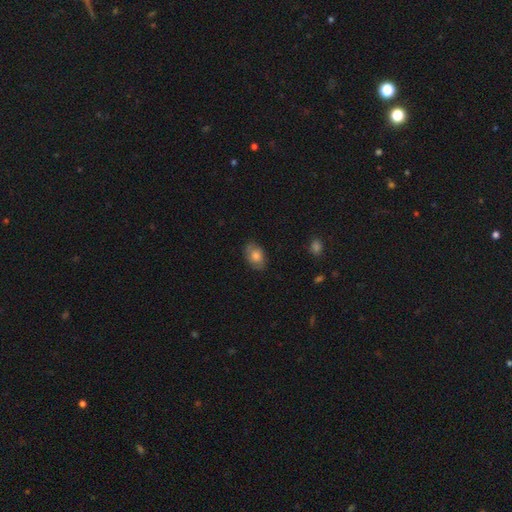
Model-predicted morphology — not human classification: Smooth or featured?
  - smooth: 71% *
  - featured or disk: 21%
  - star or artifact: 8%
How rounded?
  - in between: 80% *
  - round: 18%
  - cigar-shaped: 1%
Merging?
  - none: 76% *
  - minor disturbance: 19%
  - major disturbance: 4%
  - merger: 1%